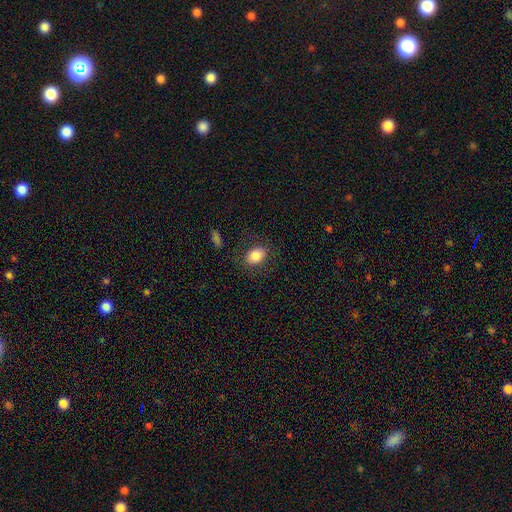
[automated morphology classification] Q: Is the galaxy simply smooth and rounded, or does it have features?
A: smooth — 83%.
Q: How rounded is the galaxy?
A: in between — 74%.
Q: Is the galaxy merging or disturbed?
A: none — 82%.